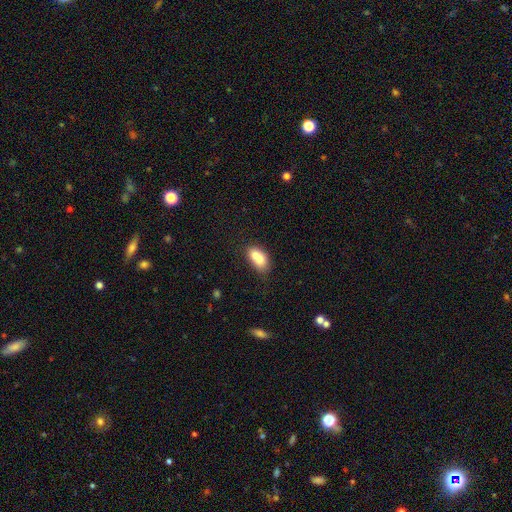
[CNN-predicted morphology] A smooth galaxy with no disk features (69%) that is in between round and cigar-shaped (79%). Merging: merger (61%).